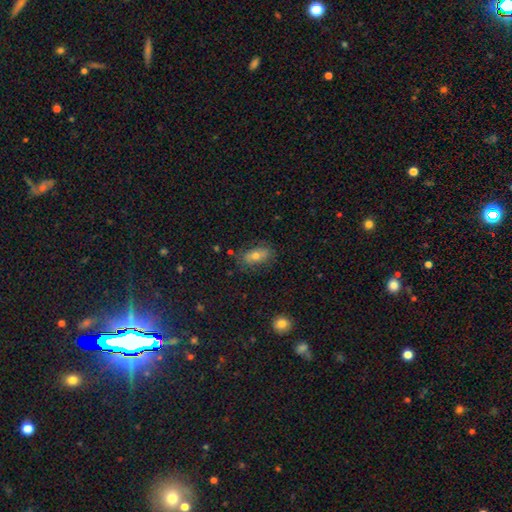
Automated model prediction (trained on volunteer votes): This appears to be a smooth galaxy with no disk features (67%) that is in between round and cigar-shaped (84%). Merging: none (76%).